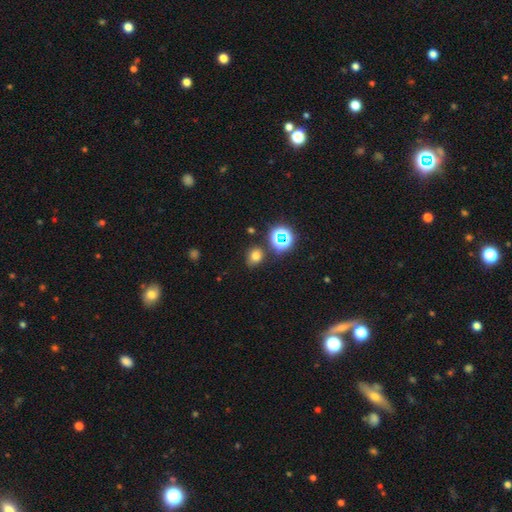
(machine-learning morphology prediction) This is likely a smooth galaxy (70%). How rounded: likely round (67%). Merging: clearly none (81%).